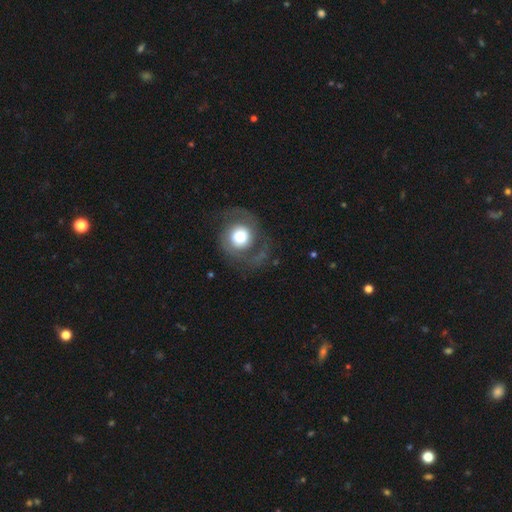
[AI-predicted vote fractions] smooth-or-featured: featured or disk: 63% | smooth: 26% | star or artifact: 10%
  disk-edge-on: no: 97% | yes: 3%
    bar: no: 80% | weak: 16% | strong: 4%
    has-spiral-arms: yes: 71% | no: 29%
    bulge-size: large: 53% | moderate: 28% | dominant: 14% | small: 3% | none: 2%
  merging: none: 71% | minor disturbance: 15% | major disturbance: 12% | merger: 2%